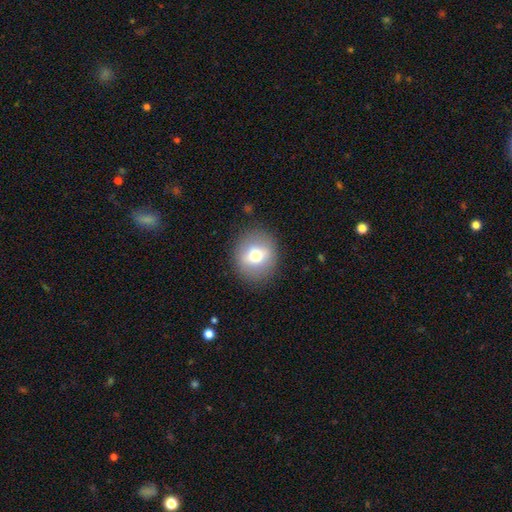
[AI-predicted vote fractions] Smooth or featured: smooth — 67% (featured or disk — 24%)
How rounded: round — 80% (in between — 19%)
Merging: none — 88% (minor disturbance — 8%)